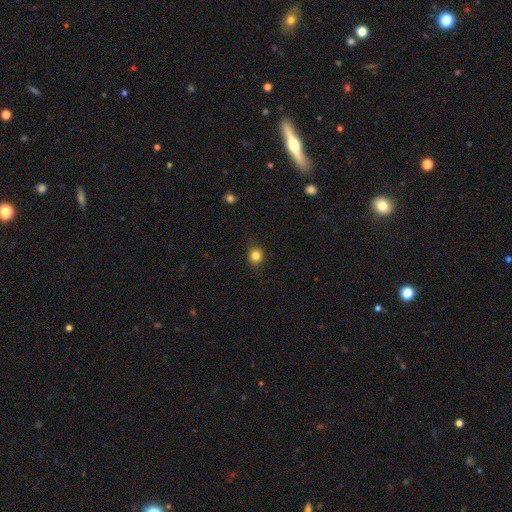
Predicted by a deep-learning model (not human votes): This appears to be a smooth galaxy with no disk features (82%) that is round (77%). Merging: none (84%).